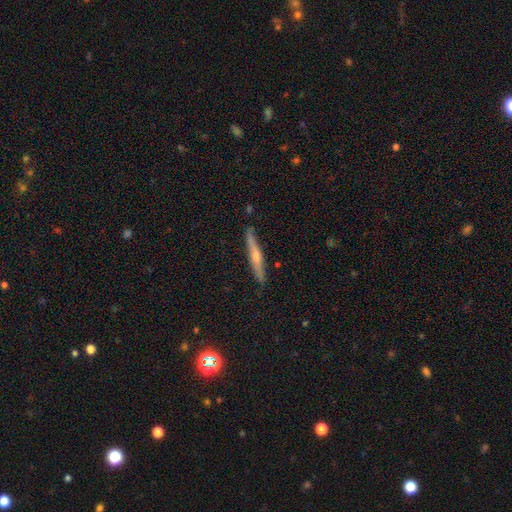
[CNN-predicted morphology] featured or disk 63%, smooth 30%, star or artifact 7%. Down the decision tree: edge-on disk — yes (96%); edge-on bulge — rounded (78%); merging — none (87%).